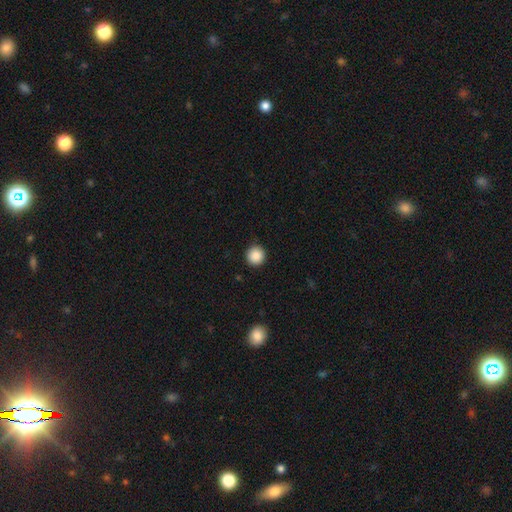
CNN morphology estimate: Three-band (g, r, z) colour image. It shows a smooth galaxy with no disk features (89%) that is round (96%). Merging: none (92%).